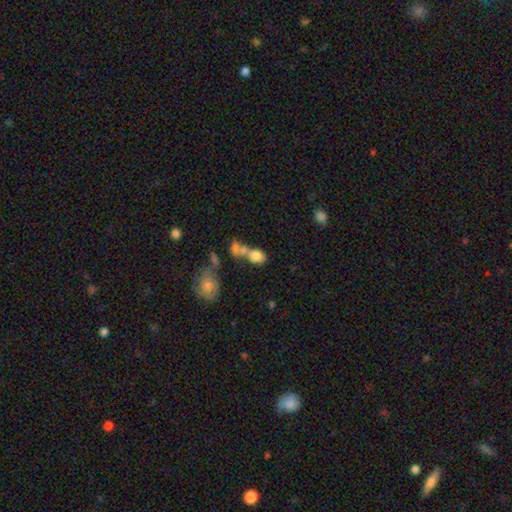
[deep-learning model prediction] This appears to be a smooth galaxy with no disk features (76%) that is in between round and cigar-shaped (64%). Merging: merger (52%).